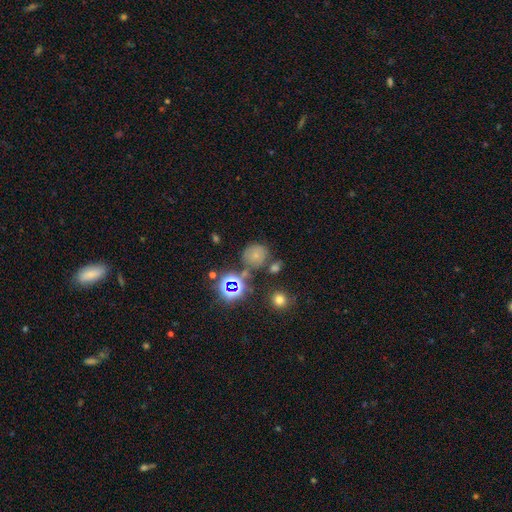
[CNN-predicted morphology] Q: Smooth or featured?
A: smooth (59%); runner-up: star or artifact (28%)
Q: How rounded?
A: round (84%); runner-up: in between (14%)
Q: Merging?
A: none (68%); runner-up: minor disturbance (15%)